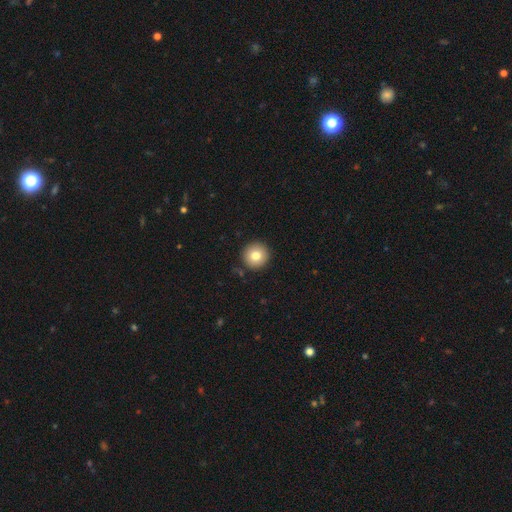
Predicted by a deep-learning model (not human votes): Smooth or featured: smooth — 79% (featured or disk — 11%)
How rounded: round — 96% (in between — 3%)
Merging: none — 91% (minor disturbance — 6%)